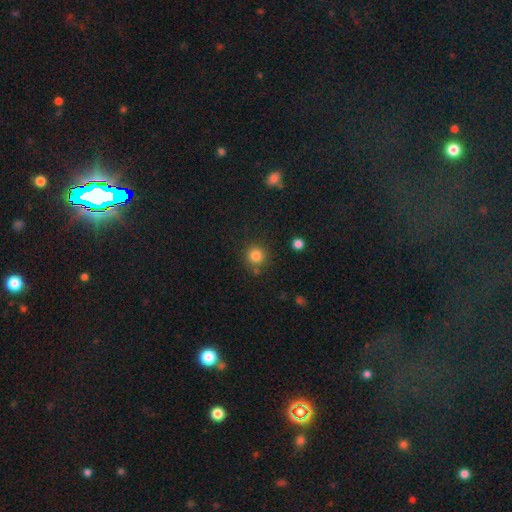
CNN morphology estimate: Smooth or featured? Predicted: smooth (p=0.83). How rounded? Predicted: round (p=0.93). Merging? Predicted: none (p=0.81).